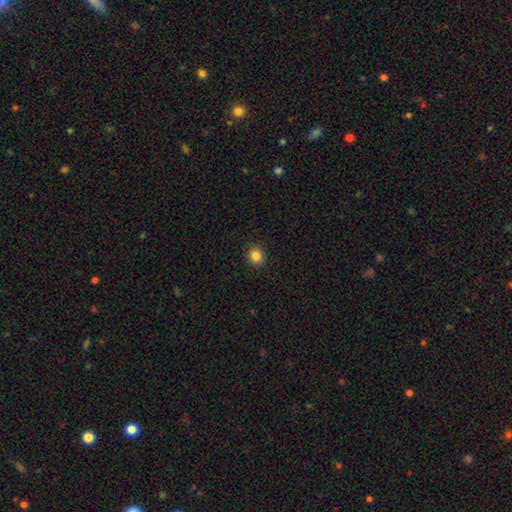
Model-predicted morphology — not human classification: Smooth or featured? smooth (85%)
How rounded? round (78%)
Merging? none (91%)